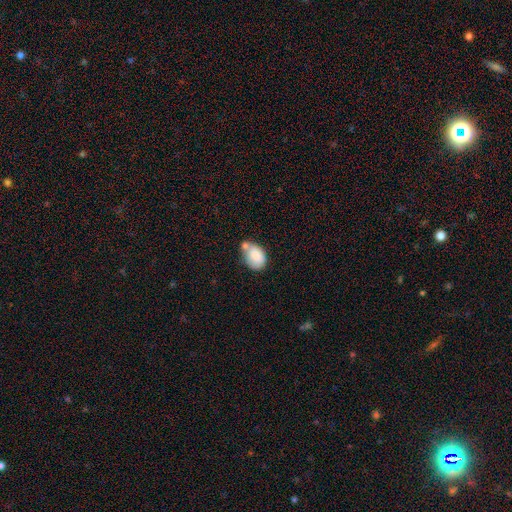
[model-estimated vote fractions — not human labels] Morphology: type=smooth (79%); roundness=in between (79%); merging=merger (35%).